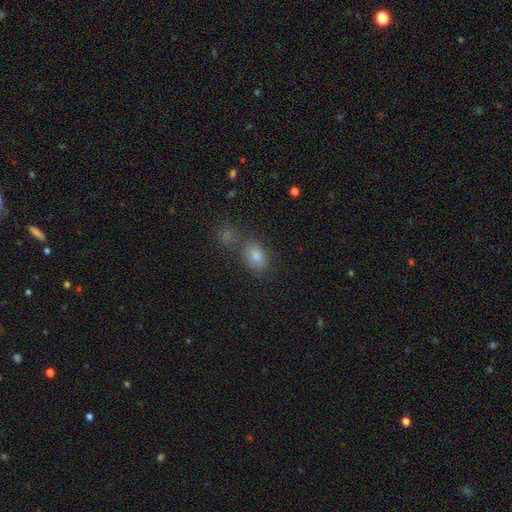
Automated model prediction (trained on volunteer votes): The model was most divided on "merging": none: 62%, merger: 23%, minor disturbance: 11%, major disturbance: 4%. More confident: smooth or featured — smooth (76%); how rounded — in between (73%).